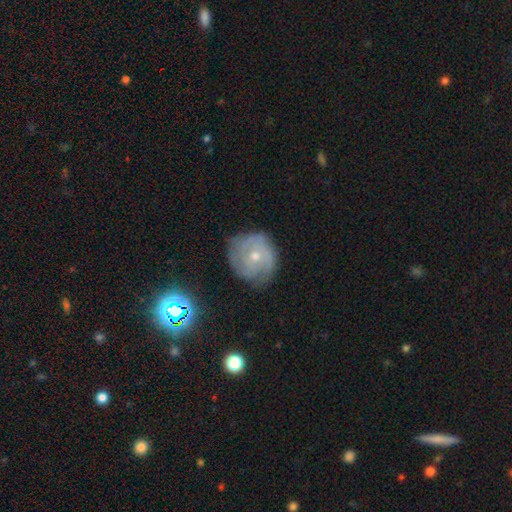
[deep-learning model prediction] The model was most divided on "bulge size": small: 51%, moderate: 46%, large: 1%, none: 1%, dominant: 1%. More confident: edge-on disk — no (97%); spiral arms — yes (81%); bar — no (78%); merging — none (68%); smooth or featured — featured or disk (63%).